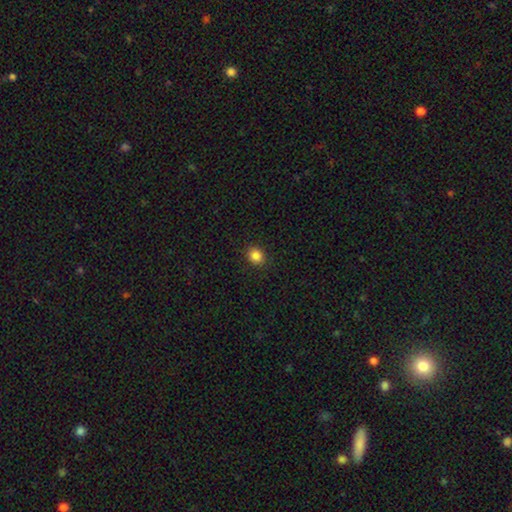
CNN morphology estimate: smooth_or_featured: smooth (p=0.86) [alt: star or artifact p=0.11]
how_rounded: round (p=0.67) [alt: in between p=0.32]
merging: none (p=0.90) [alt: minor disturbance p=0.07]